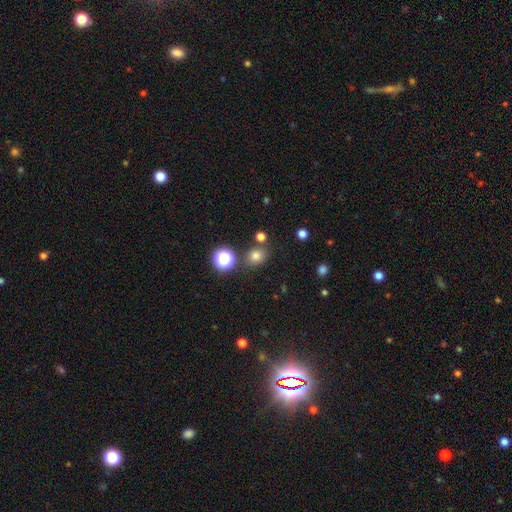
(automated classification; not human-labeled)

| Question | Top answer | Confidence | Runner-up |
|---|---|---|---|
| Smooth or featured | smooth | 76% | star or artifact (18%) |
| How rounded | round | 67% | in between (32%) |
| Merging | none | 78% | minor disturbance (10%) |